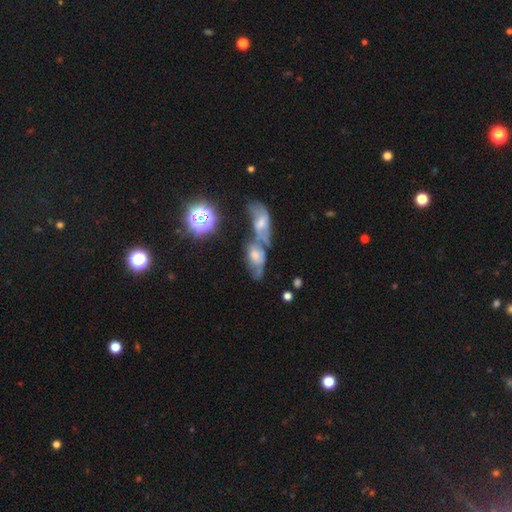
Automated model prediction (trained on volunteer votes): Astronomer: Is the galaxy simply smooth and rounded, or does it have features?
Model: featured or disk — 43%, tied with smooth at 43%.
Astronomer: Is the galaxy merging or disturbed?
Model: merger — 63%.